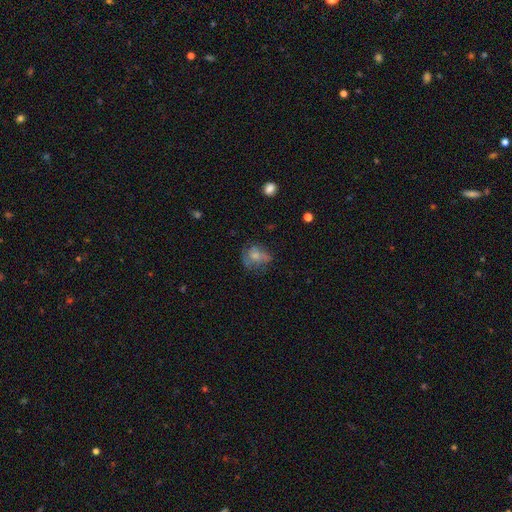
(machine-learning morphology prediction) Overall: smooth (57%; featured or disk 32%). How rounded: round (59%; in between 40%). Merging: none (45%; minor disturbance 28%).